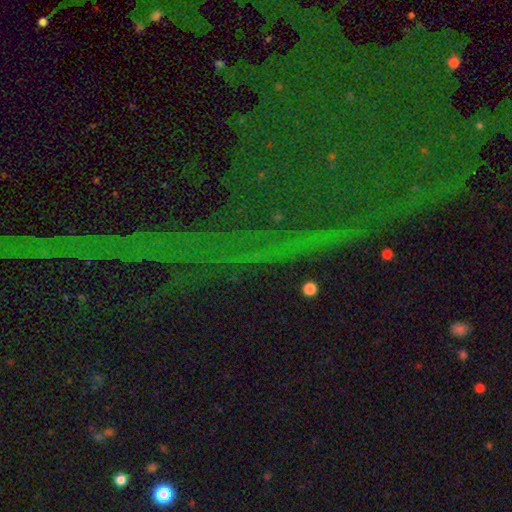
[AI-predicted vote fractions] This appears to be a star or artifact, not a galaxy (83%).